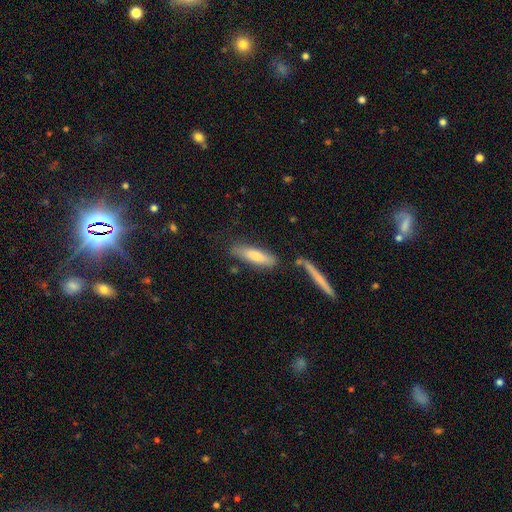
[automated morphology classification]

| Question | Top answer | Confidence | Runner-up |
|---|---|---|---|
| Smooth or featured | smooth | 69% | featured or disk (24%) |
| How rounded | cigar-shaped | 66% | in between (32%) |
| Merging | none | 71% | minor disturbance (16%) |